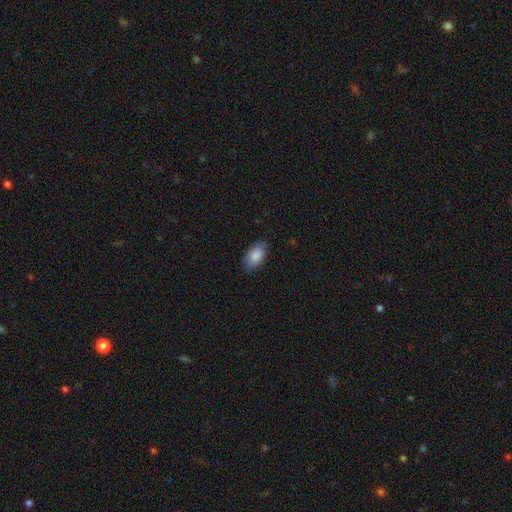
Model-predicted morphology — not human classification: The model was most divided on "merging": none: 79%, minor disturbance: 16%, major disturbance: 3%, merger: 1%. More confident: how rounded — in between (94%); smooth or featured — smooth (88%).